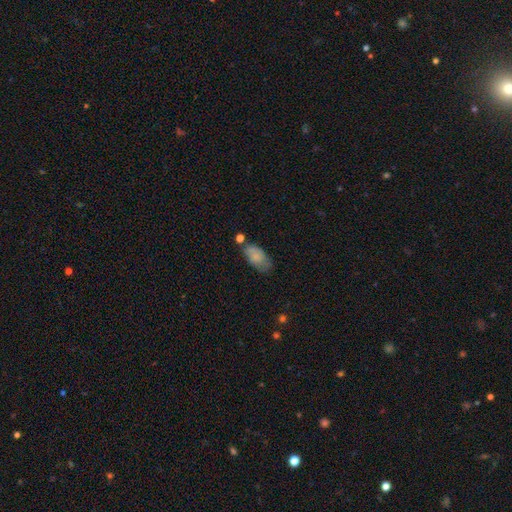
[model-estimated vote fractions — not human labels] Smooth or featured? smooth (77%)
How rounded? in between (92%)
Merging? none (54%)